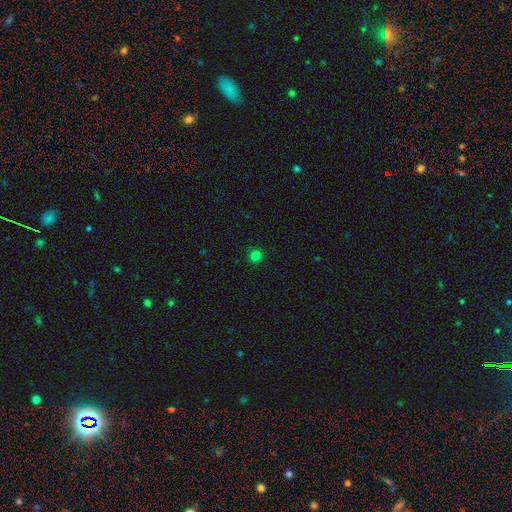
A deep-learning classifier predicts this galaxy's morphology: smooth_or_featured: smooth (p=0.79) [alt: star or artifact p=0.17]
how_rounded: round (p=0.95) [alt: in between p=0.04]
merging: none (p=0.90) [alt: minor disturbance p=0.06]